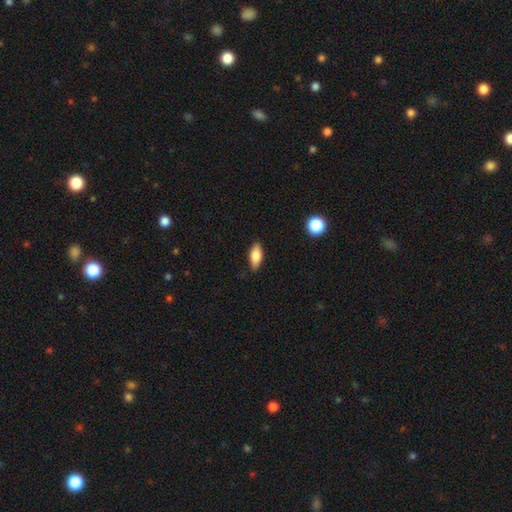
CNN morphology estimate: smooth 77%, featured or disk 15%, star or artifact 7%. Down the decision tree: how rounded — in between (83%); merging — none (86%).